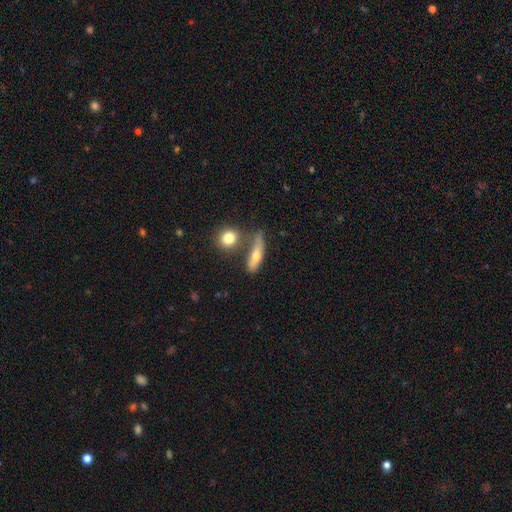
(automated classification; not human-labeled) smooth-or-featured: smooth: 61% | featured or disk: 31% | star or artifact: 9%
  how-rounded: cigar-shaped: 61% | in between: 30% | round: 8%
  merging: none: 55% | merger: 20% | minor disturbance: 18% | major disturbance: 8%